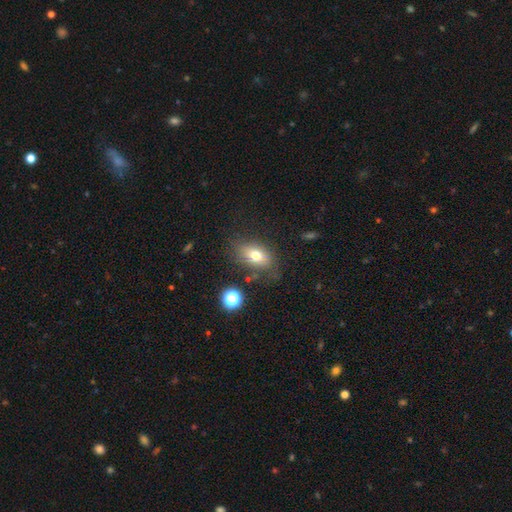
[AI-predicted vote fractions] Overall: smooth (71%). How rounded: in between (81%). Merging: none (70%).